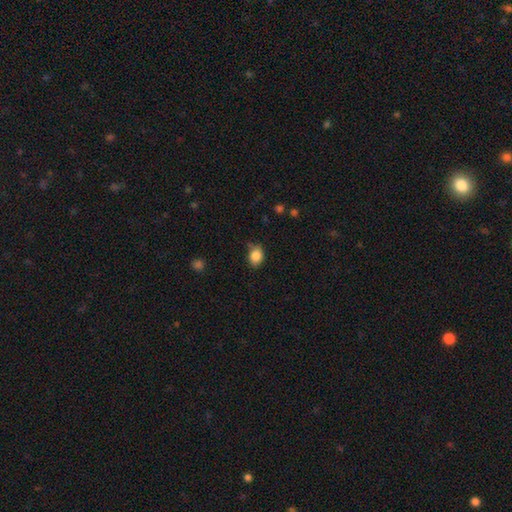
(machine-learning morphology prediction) This appears to be a smooth galaxy with no disk features (85%) that is in between round and cigar-shaped (58%). Merging: none (67%).